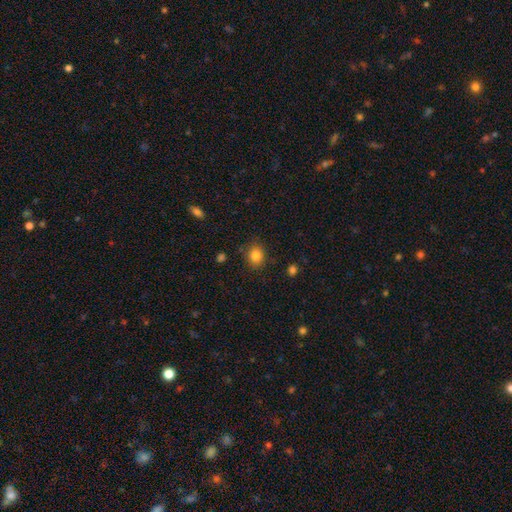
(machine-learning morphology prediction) Smooth or featured: smooth — 83% (star or artifact — 11%)
How rounded: round — 71% (in between — 28%)
Merging: none — 85% (minor disturbance — 10%)